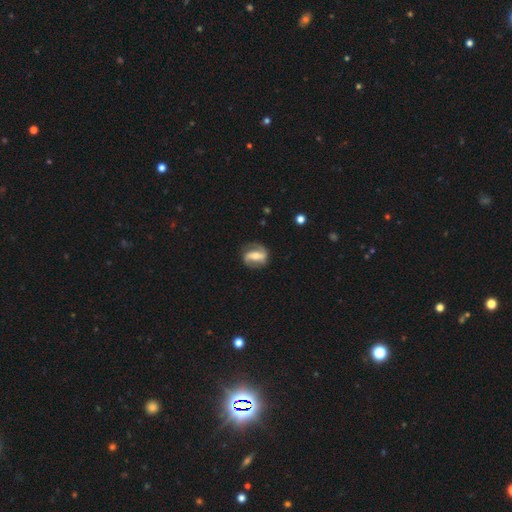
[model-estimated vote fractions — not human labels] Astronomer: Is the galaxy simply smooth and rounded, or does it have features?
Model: featured or disk — 79%.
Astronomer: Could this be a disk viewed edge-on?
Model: no — 95%.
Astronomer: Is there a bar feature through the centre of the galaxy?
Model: strong — 58%.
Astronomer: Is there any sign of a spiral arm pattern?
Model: yes — 88%.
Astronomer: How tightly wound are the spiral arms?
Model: medium — 39% (runner-up: loose, 38%).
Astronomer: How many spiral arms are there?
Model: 2 — 87%.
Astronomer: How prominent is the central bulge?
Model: moderate — 56% (runner-up: small, 34%).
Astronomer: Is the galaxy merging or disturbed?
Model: none — 76%.